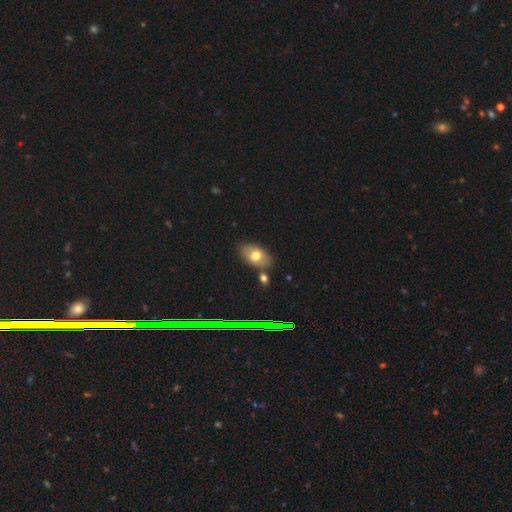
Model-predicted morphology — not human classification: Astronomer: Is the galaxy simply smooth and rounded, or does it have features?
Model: smooth — 72%.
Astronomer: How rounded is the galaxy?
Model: in between — 87%.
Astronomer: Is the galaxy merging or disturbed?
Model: none — 74%.